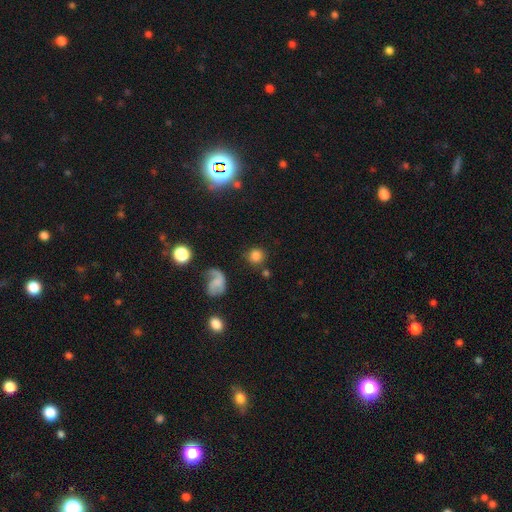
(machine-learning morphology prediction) Smooth or featured? Predicted: smooth (p=0.75). How rounded? Predicted: round (p=0.90). Merging? Predicted: none (p=0.75).